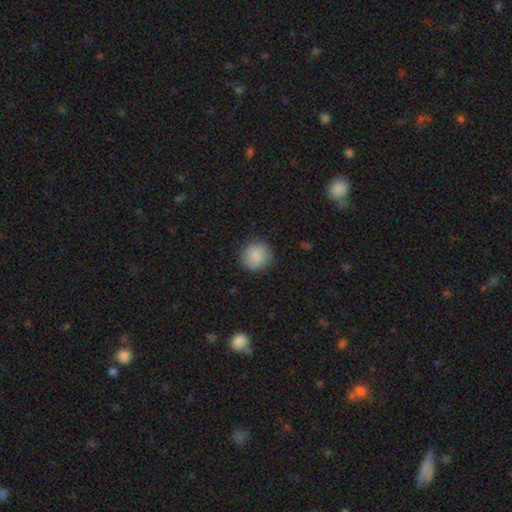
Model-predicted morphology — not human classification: Smooth or featured? smooth (86%)
How rounded? round (92%)
Merging? none (87%)